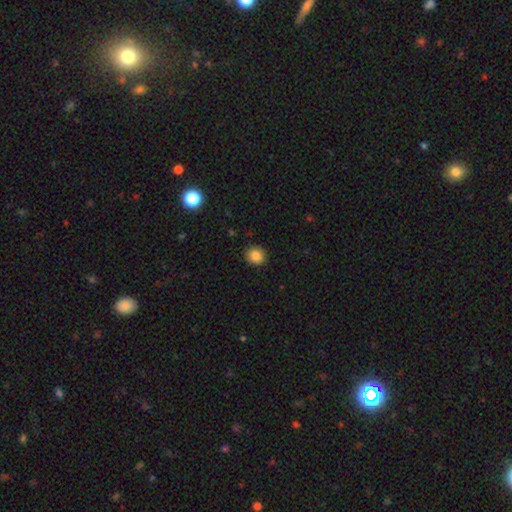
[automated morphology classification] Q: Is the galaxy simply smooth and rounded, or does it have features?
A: smooth — 87%.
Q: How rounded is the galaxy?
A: round — 79%.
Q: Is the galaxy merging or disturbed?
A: none — 90%.